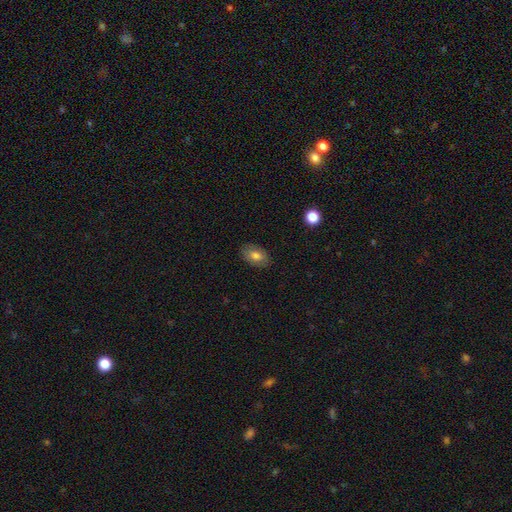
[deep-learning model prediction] Q: Smooth or featured?
A: smooth (75%); runner-up: featured or disk (17%)
Q: How rounded?
A: in between (89%); runner-up: round (10%)
Q: Merging?
A: none (85%); runner-up: minor disturbance (11%)